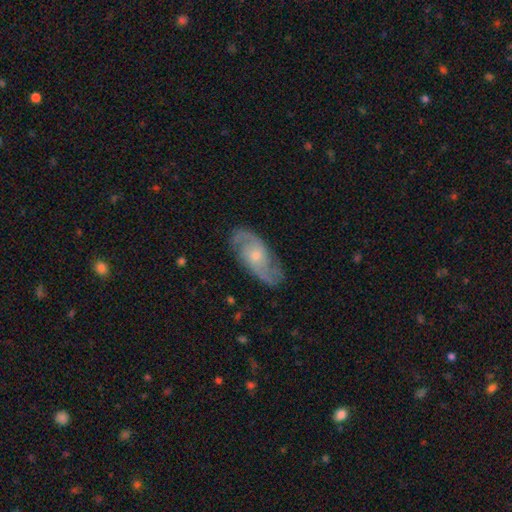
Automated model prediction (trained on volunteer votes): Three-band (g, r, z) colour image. It shows a featured or disk galaxy (82%) with no bar (66%), 2 (83%) medium (50%) spiral arms (95%) and a small central bulge (52%). Merging: none (79%).